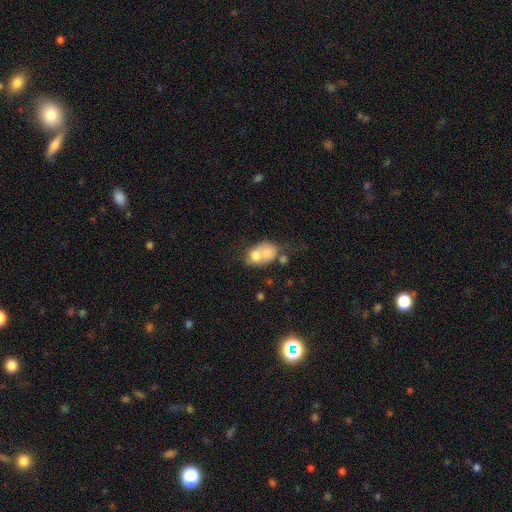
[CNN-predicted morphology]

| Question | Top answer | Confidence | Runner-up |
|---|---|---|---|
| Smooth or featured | smooth | 59% | featured or disk (28%) |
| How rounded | in between | 55% | round (44%) |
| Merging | merger | 61% | none (22%) |